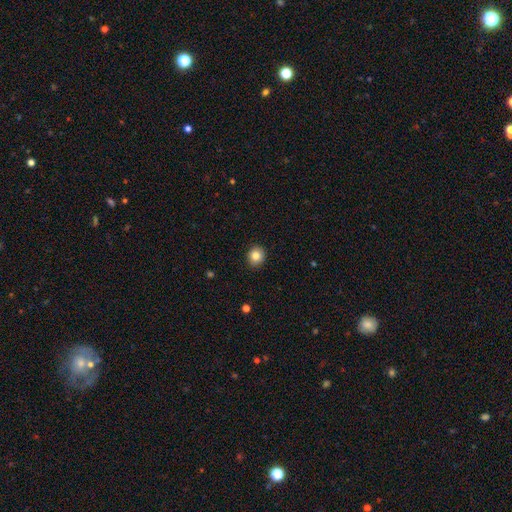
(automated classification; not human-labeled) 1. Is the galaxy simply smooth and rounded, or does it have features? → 84% smooth, 10% star or artifact, 6% featured or disk.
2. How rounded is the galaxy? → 83% round, 16% in between, 1% cigar-shaped.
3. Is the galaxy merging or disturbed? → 90% none, 7% minor disturbance, 2% major disturbance, 1% merger.